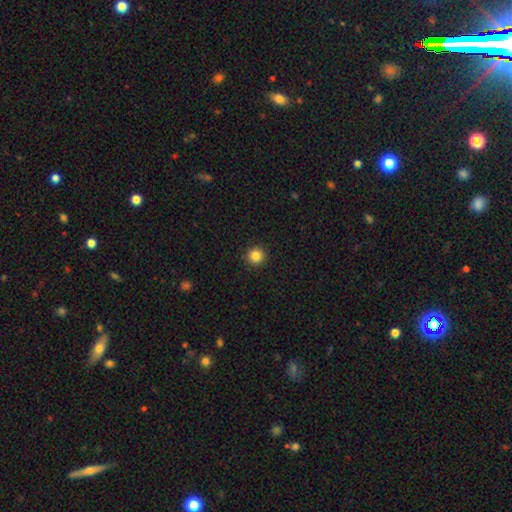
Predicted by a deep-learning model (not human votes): The model was most divided on "smooth or featured": smooth: 85%, star or artifact: 11%, featured or disk: 4%. More confident: how rounded — round (96%); merging — none (93%).